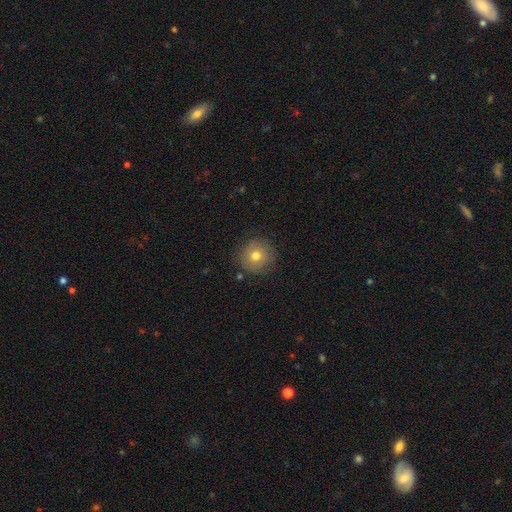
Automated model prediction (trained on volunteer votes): Smooth or featured: smooth — 73% (featured or disk — 16%)
How rounded: round — 94% (in between — 5%)
Merging: none — 85% (minor disturbance — 10%)